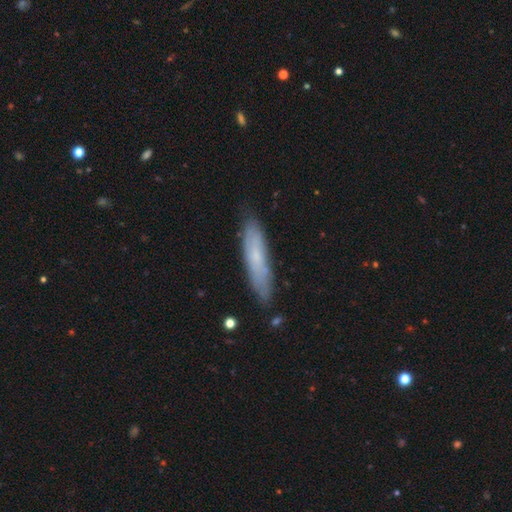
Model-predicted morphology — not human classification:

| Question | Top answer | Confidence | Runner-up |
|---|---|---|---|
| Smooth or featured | smooth | 59% | featured or disk (34%) |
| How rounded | cigar-shaped | 83% | in between (15%) |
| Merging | none | 82% | minor disturbance (14%) |